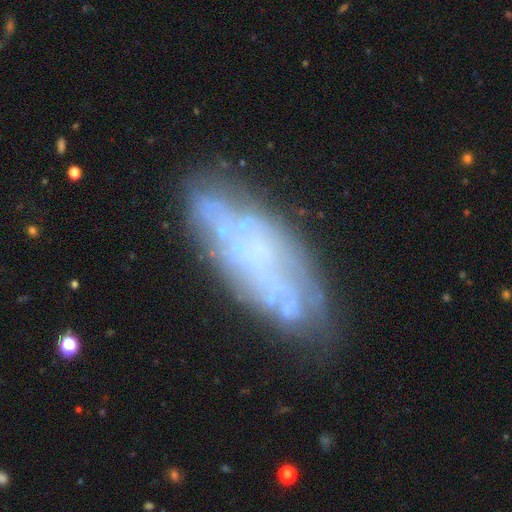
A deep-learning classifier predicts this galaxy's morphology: This appears to be a featured or disk galaxy (64%) with no bar (86%), no spiral arms (67%) and no central bulge (63%). Merging: none (67%).